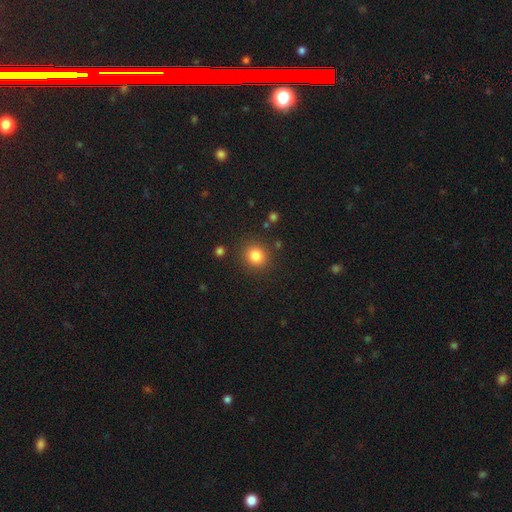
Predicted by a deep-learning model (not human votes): Smooth or featured?
  - smooth: 83% *
  - star or artifact: 11%
  - featured or disk: 5%
How rounded?
  - round: 85% *
  - in between: 14%
  - cigar-shaped: 1%
Merging?
  - none: 87% *
  - minor disturbance: 8%
  - major disturbance: 3%
  - merger: 2%